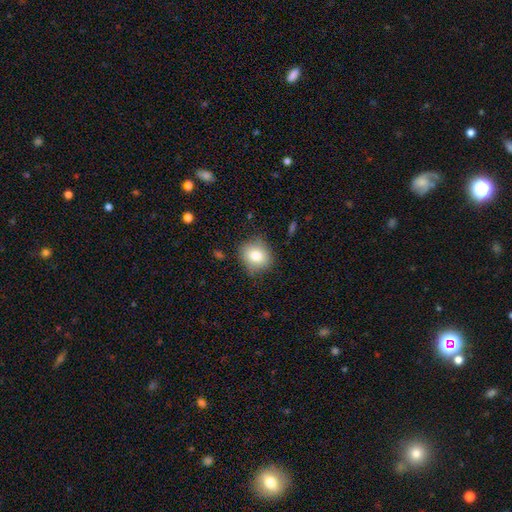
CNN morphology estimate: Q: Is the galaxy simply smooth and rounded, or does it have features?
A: smooth — 79%.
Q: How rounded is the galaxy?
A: round — 74%.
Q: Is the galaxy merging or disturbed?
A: none — 80%.